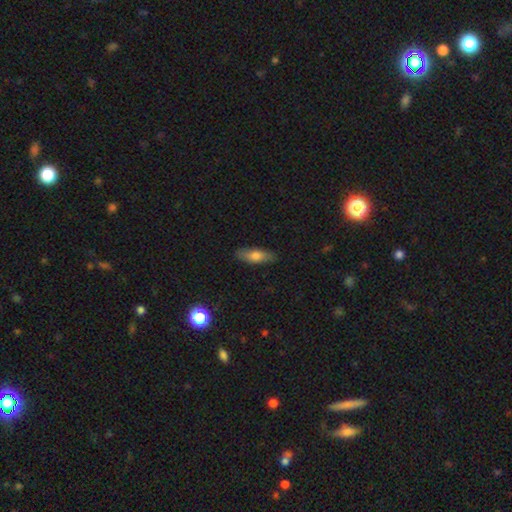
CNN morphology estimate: This is likely a smooth galaxy (70%). How rounded: possibly in between (54%). Merging: clearly none (86%).